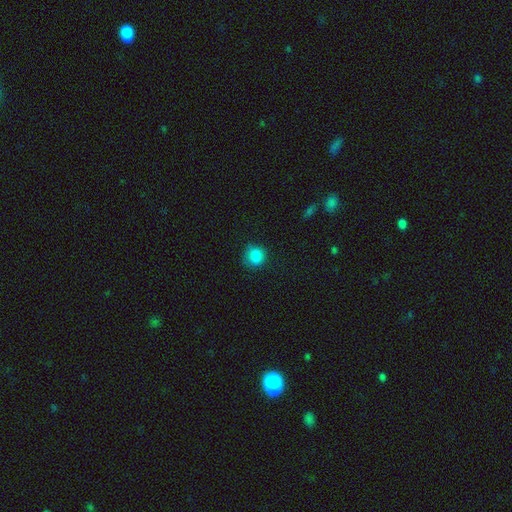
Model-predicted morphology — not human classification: Smooth or featured? smooth (85%)
How rounded? round (77%)
Merging? none (74%)